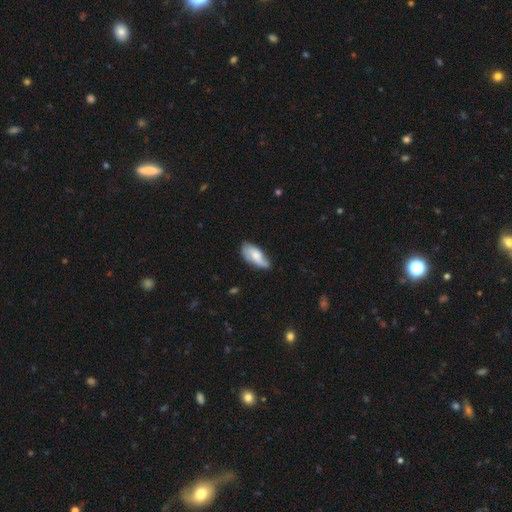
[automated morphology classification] A smooth galaxy with no disk features (59%) that is in between round and cigar-shaped (87%).

Vote fractions:
- Smooth or featured? smooth: 59% / featured or disk: 35% / star or artifact: 7%
- How rounded? in between: 87% / cigar-shaped: 10% / round: 2%
- Merging? none: 53% / minor disturbance: 33% / major disturbance: 11% / merger: 3%